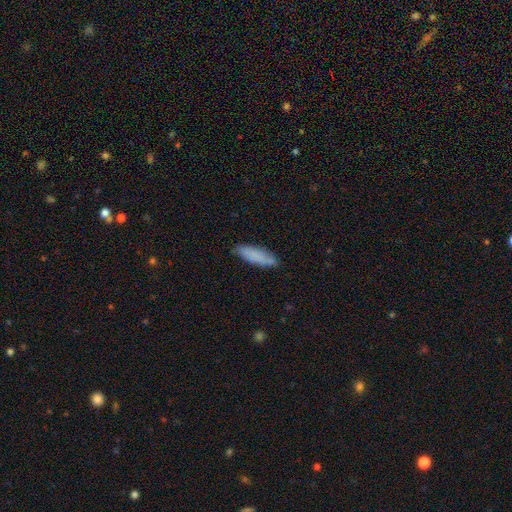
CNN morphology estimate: A smooth galaxy with no disk features (81%) that is cigar-shaped (59%).

Vote fractions:
- Smooth or featured? smooth: 81% / featured or disk: 12% / star or artifact: 7%
- How rounded? cigar-shaped: 59% / in between: 39% / round: 2%
- Merging? none: 78% / minor disturbance: 16% / major disturbance: 3% / merger: 3%